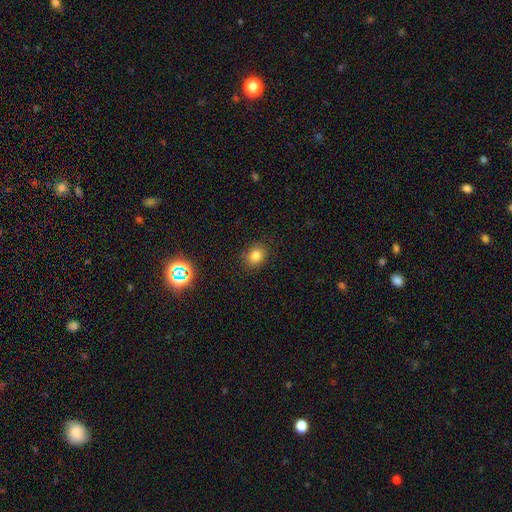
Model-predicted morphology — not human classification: type=smooth (80%); roundness=round (55%); merging=none (86%).